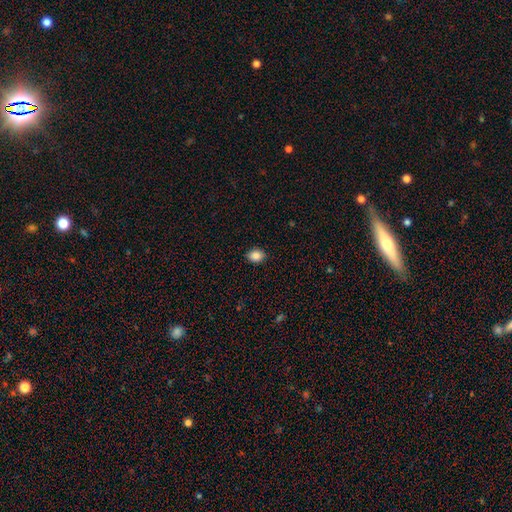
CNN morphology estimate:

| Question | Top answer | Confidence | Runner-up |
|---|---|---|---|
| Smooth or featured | smooth | 86% | star or artifact (9%) |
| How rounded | in between | 56% | round (43%) |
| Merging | none | 90% | minor disturbance (8%) |